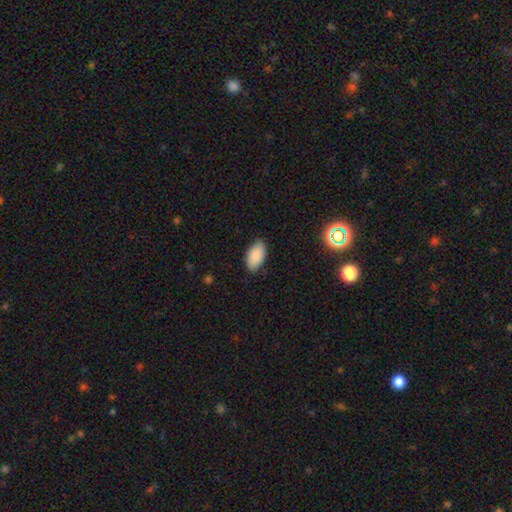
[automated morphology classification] smooth-or-featured: smooth: 89% | star or artifact: 7% | featured or disk: 5%
  how-rounded: in between: 95% | round: 3% | cigar-shaped: 2%
  merging: none: 81% | minor disturbance: 15% | major disturbance: 3% | merger: 1%